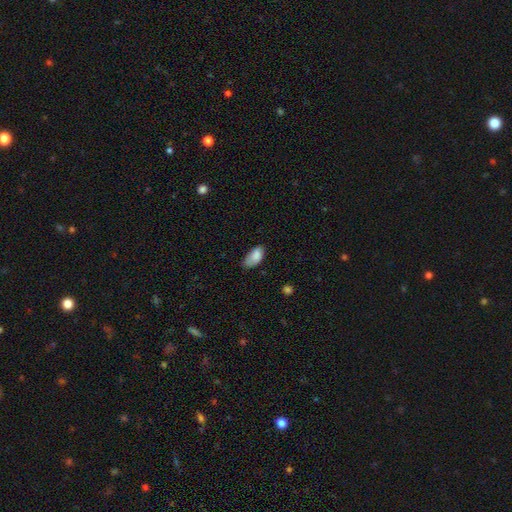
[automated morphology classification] This is clearly a smooth galaxy (85%). How rounded: clearly in between (92%). Merging: possibly none (53%).